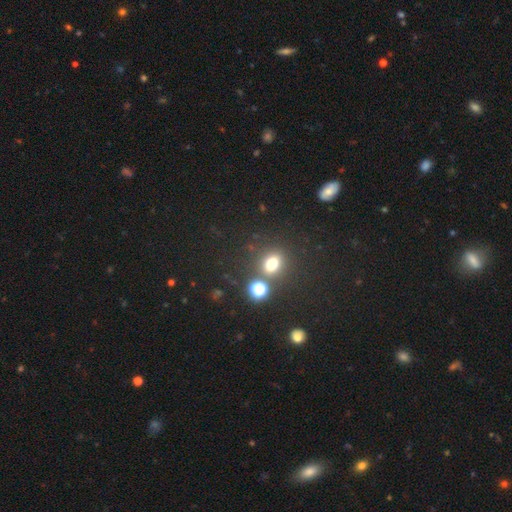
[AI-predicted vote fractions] smooth_or_featured: star or artifact (p=0.47) [alt: smooth p=0.45]